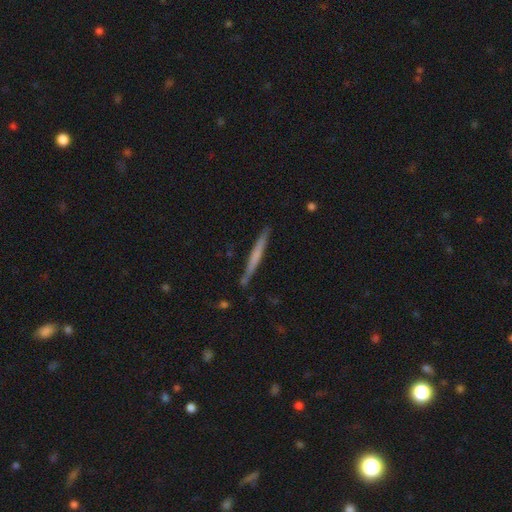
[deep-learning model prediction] Smooth or featured? smooth (48%)
Merging? none (88%)